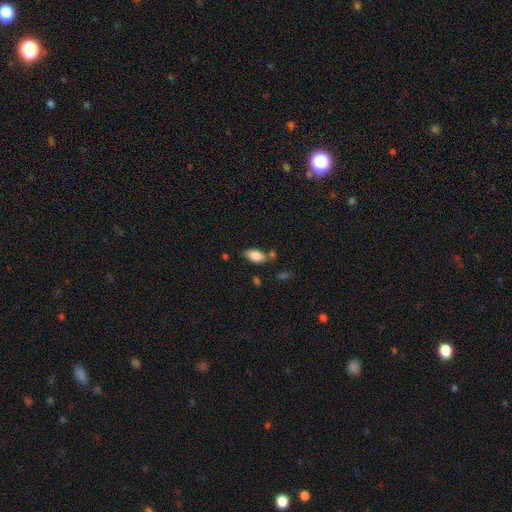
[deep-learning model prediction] Q: Smooth or featured?
A: smooth (82%); runner-up: featured or disk (10%)
Q: How rounded?
A: in between (91%); runner-up: cigar-shaped (4%)
Q: Merging?
A: none (66%); runner-up: minor disturbance (19%)